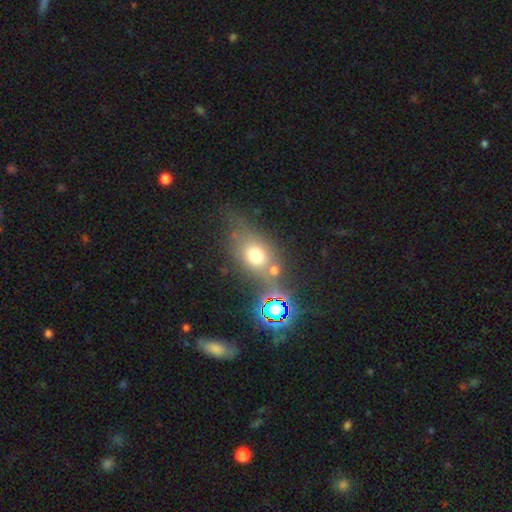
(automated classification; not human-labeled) Q: Smooth or featured?
A: smooth (59%); runner-up: star or artifact (21%)
Q: How rounded?
A: in between (54%); runner-up: round (41%)
Q: Merging?
A: none (51%); runner-up: merger (22%)